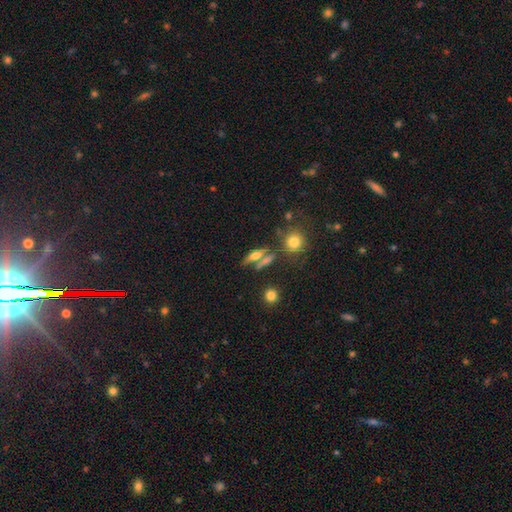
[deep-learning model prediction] Smooth or featured? smooth (48%)
Merging? none (62%)